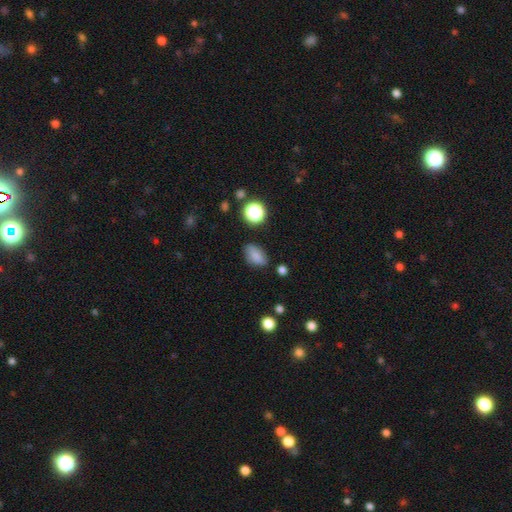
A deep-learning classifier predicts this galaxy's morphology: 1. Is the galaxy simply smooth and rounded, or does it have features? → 80% smooth, 12% star or artifact, 8% featured or disk.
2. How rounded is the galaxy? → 85% in between, 11% round, 3% cigar-shaped.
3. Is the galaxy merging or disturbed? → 75% none, 18% minor disturbance, 4% major disturbance, 3% merger.